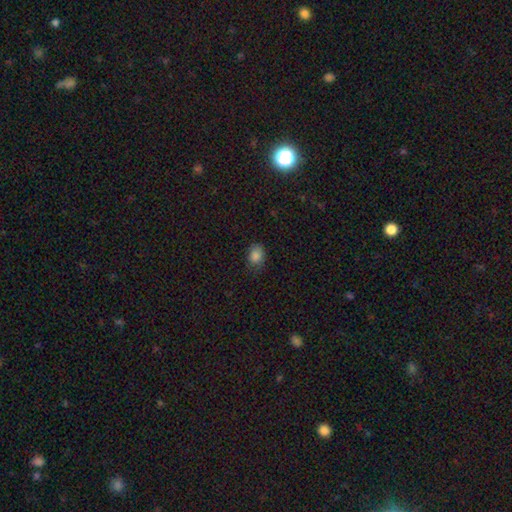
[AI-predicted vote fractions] Smooth or featured?
  - smooth: 84% *
  - star or artifact: 11%
  - featured or disk: 5%
How rounded?
  - in between: 67% *
  - round: 32%
  - cigar-shaped: 1%
Merging?
  - none: 69% *
  - minor disturbance: 25%
  - major disturbance: 5%
  - merger: 1%